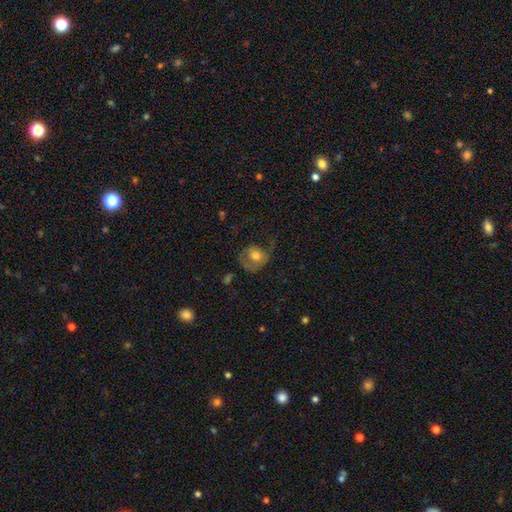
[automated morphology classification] Smooth or featured? Predicted: smooth (p=0.62). How rounded? Predicted: round (p=0.65). Merging? Predicted: none (p=0.38).